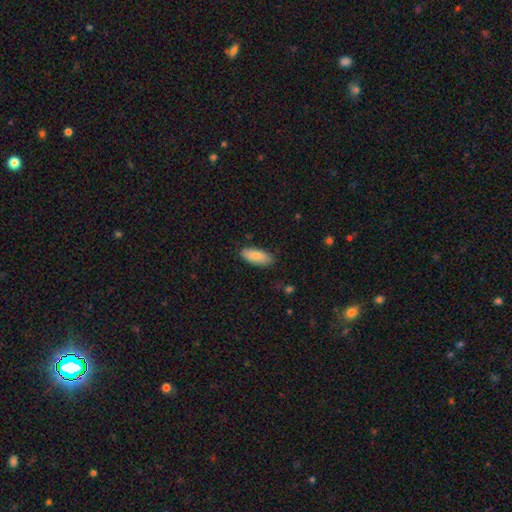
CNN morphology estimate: Smooth or featured? Predicted: smooth (p=0.87). How rounded? Predicted: in between (p=0.82). Merging? Predicted: none (p=0.83).